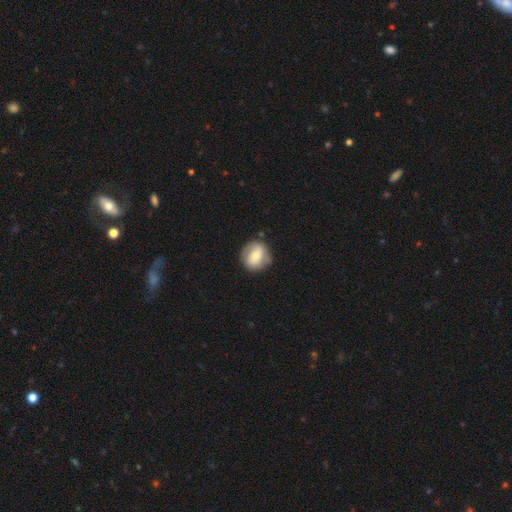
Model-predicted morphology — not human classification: Smooth or featured? Predicted: smooth (p=0.56). How rounded? Predicted: round (p=0.76). Merging? Predicted: none (p=0.74).